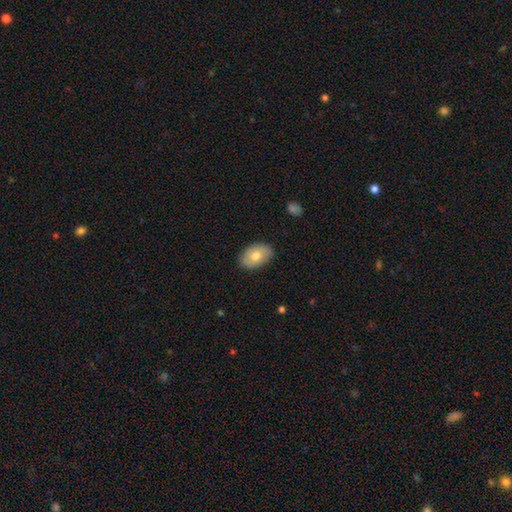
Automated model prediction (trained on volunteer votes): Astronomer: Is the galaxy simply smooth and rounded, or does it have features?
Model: smooth — 75%.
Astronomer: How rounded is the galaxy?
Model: in between — 90%.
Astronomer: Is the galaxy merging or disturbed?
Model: none — 86%.